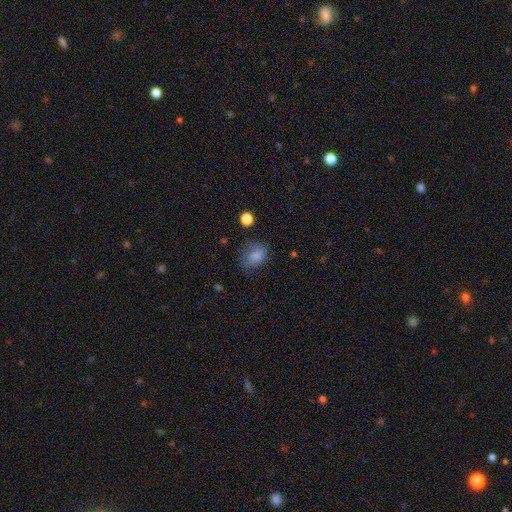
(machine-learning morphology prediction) This appears to be a smooth galaxy with no disk features (81%) that is in between round and cigar-shaped (60%). Merging: none (66%).